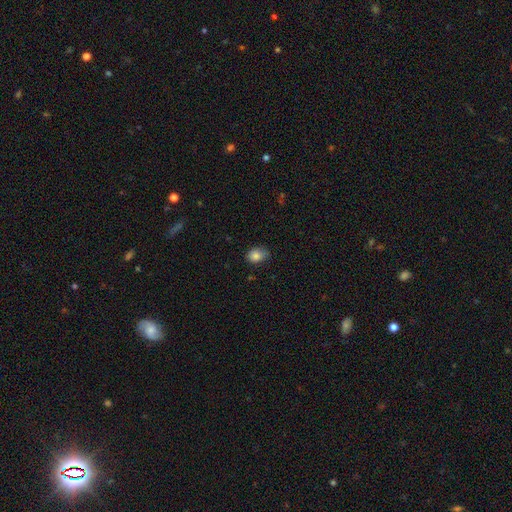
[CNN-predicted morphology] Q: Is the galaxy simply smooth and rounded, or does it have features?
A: smooth — 84%.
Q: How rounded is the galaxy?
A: in between — 64%.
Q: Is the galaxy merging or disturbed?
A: none — 65%.